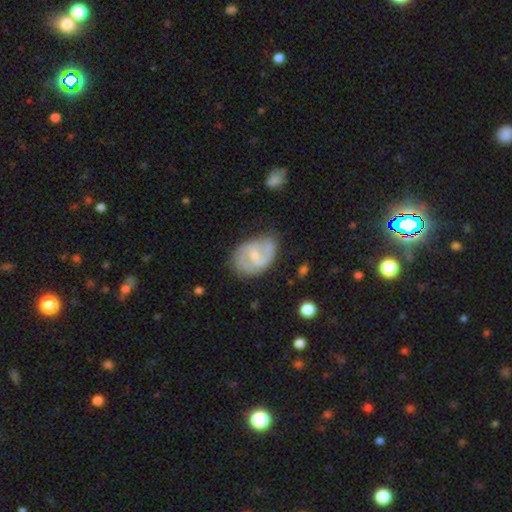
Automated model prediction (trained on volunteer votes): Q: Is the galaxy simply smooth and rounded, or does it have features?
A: featured or disk — 74%.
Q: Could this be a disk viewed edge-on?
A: no — 97%.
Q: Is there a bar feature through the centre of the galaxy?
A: weak — 53%.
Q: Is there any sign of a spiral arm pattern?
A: yes — 87%.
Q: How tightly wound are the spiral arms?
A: medium — 49%.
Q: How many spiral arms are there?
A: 2 — 78%.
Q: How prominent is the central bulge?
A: small — 57%.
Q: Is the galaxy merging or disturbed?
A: none — 58%.